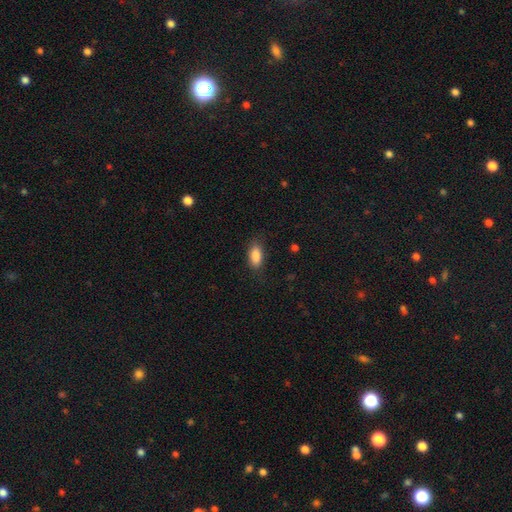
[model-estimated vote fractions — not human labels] A smooth galaxy with no disk features (87%) that is in between round and cigar-shaped (87%). Merging: none (80%).